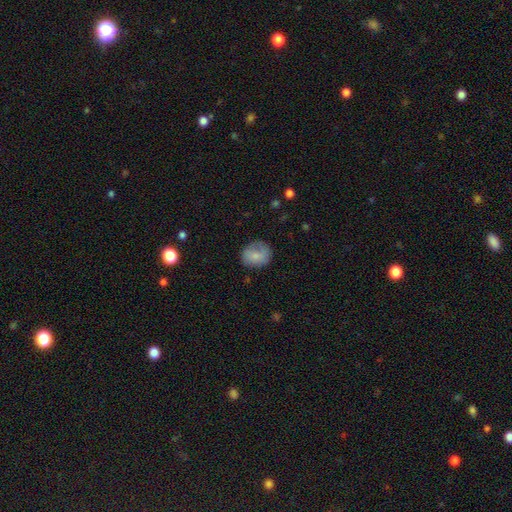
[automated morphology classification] smooth 72%, featured or disk 20%, star or artifact 8%. Down the decision tree: how rounded — round (63%); merging — none (64%).